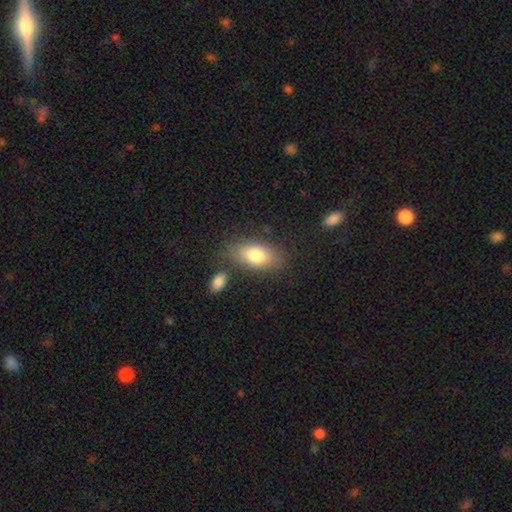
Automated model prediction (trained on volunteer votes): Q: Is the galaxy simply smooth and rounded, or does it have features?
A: smooth — 80%.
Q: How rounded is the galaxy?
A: in between — 89%.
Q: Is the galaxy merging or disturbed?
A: none — 74%.